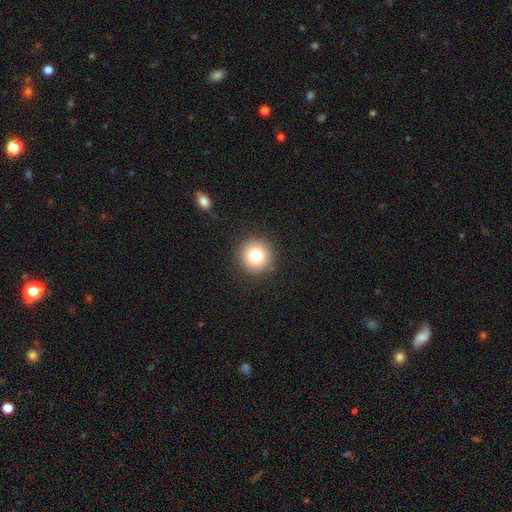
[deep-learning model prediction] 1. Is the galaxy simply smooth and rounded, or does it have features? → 79% smooth, 11% star or artifact, 10% featured or disk.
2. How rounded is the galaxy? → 94% round, 5% in between, 1% cigar-shaped.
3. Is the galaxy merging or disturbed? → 91% none, 6% minor disturbance, 2% major disturbance, 1% merger.